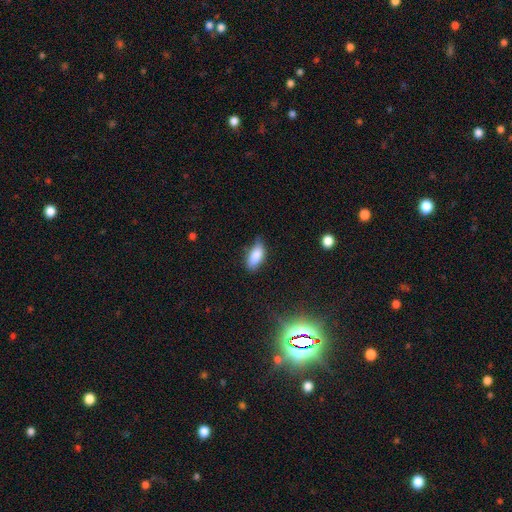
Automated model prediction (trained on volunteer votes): Smooth or featured?
  - smooth: 84% *
  - featured or disk: 8%
  - star or artifact: 8%
How rounded?
  - in between: 86% *
  - cigar-shaped: 11%
  - round: 3%
Merging?
  - none: 65% *
  - minor disturbance: 28%
  - major disturbance: 5%
  - merger: 2%